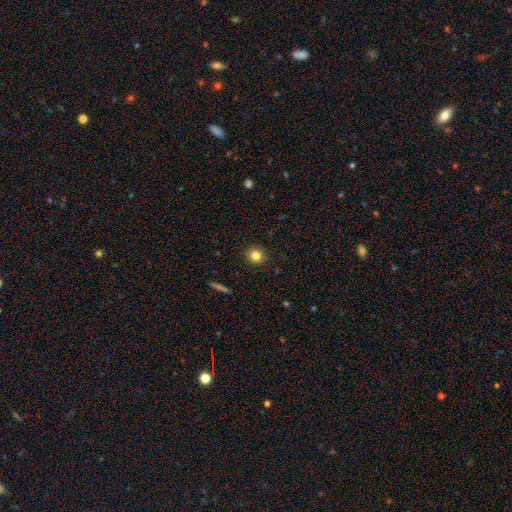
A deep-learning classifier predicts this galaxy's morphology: smooth 82%, star or artifact 11%, featured or disk 7%. Down the decision tree: how rounded — round (88%); merging — none (90%).